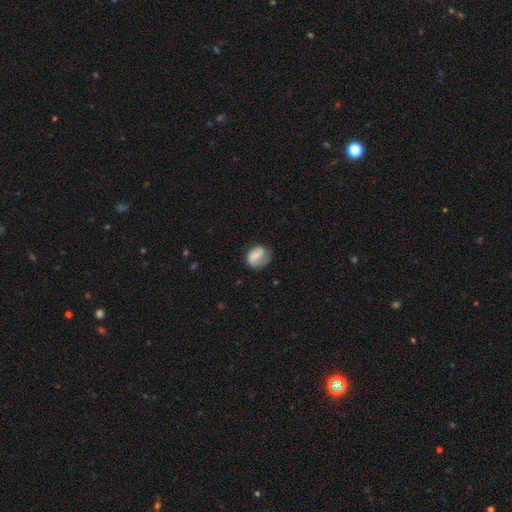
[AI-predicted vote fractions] Smooth or featured? smooth (48%)
Merging? none (51%)